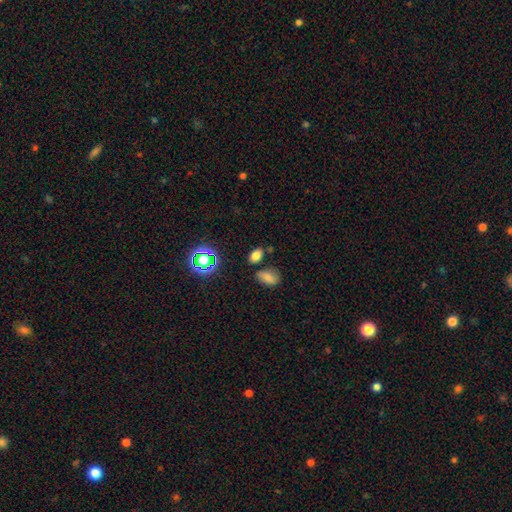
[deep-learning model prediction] This appears to be a smooth galaxy with no disk features (76%) that is in between round and cigar-shaped (87%). Merging: none (74%).